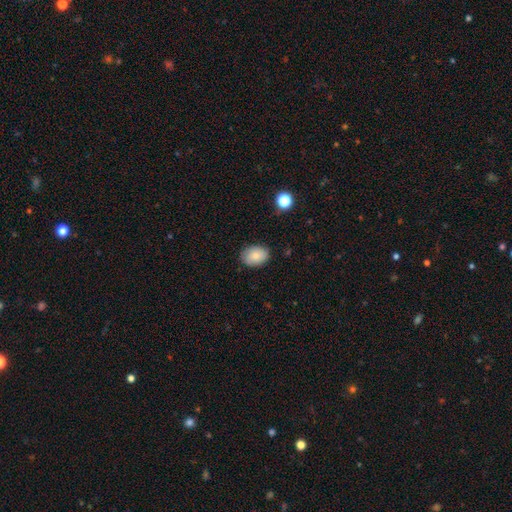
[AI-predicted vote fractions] Morphology: type=smooth (82%); roundness=in between (74%); merging=none (83%).